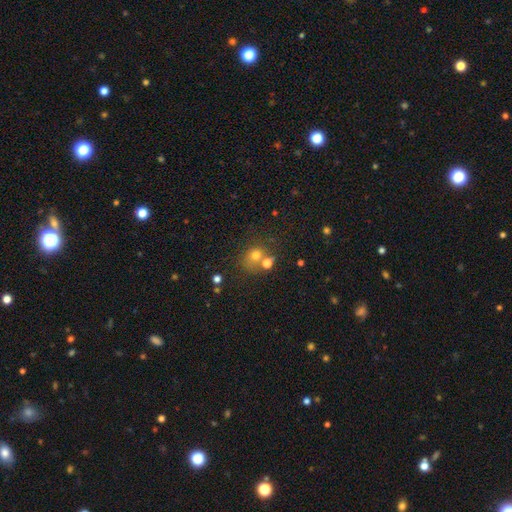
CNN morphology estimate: Smooth or featured?
  - smooth: 67% *
  - star or artifact: 20%
  - featured or disk: 12%
How rounded?
  - round: 74% *
  - in between: 25%
  - cigar-shaped: 1%
Merging?
  - none: 53% *
  - merger: 29%
  - minor disturbance: 12%
  - major disturbance: 6%